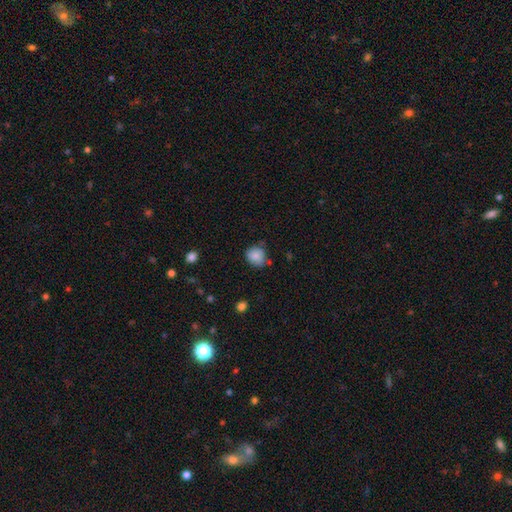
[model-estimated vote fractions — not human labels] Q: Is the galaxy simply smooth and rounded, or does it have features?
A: smooth — 85%.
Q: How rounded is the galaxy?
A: round — 73%.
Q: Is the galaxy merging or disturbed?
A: none — 67%.